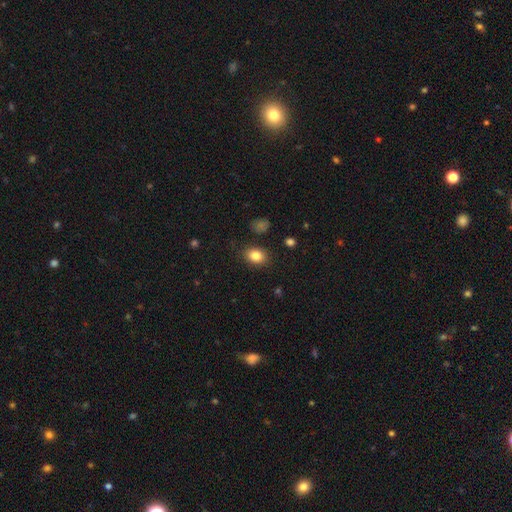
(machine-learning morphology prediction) smooth_or_featured: smooth (p=0.84) [alt: star or artifact p=0.09]
how_rounded: in between (p=0.69) [alt: round p=0.30]
merging: none (p=0.85) [alt: minor disturbance p=0.10]